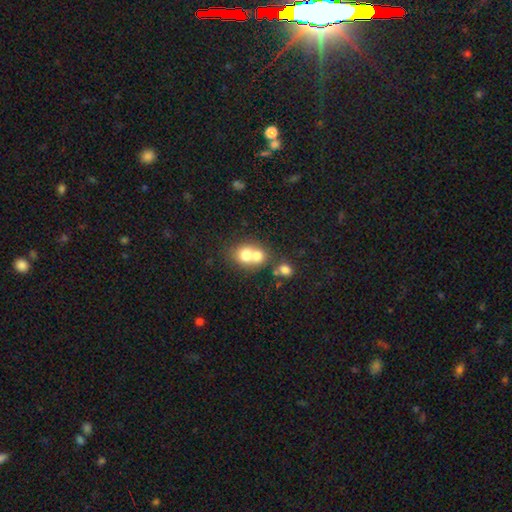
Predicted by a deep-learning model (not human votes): The model was most divided on "how rounded": round: 69%, in between: 30%, cigar-shaped: 1%. More confident: smooth or featured — smooth (71%); merging — merger (67%).